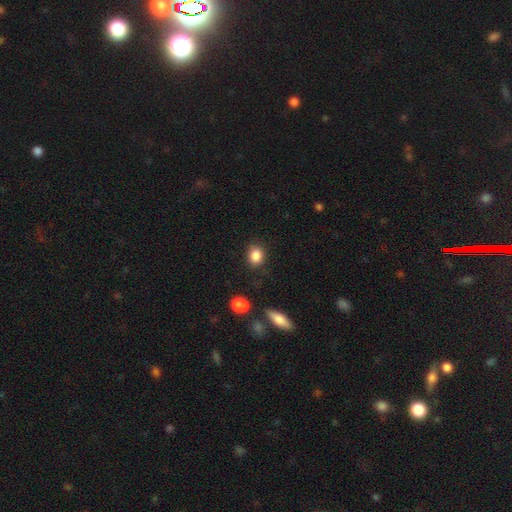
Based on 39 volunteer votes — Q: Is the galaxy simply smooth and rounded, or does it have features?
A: smooth — 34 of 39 (87%).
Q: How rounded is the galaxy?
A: round — 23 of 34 (68%).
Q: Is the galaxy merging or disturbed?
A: none — 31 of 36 (86%).